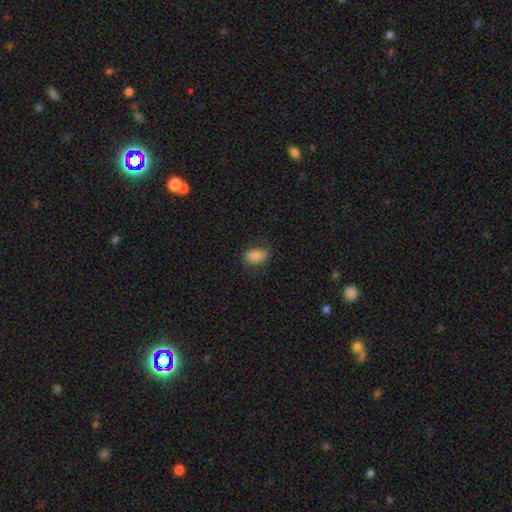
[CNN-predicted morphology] Smooth or featured? Predicted: smooth (p=0.79). How rounded? Predicted: in between (p=0.86). Merging? Predicted: none (p=0.73).